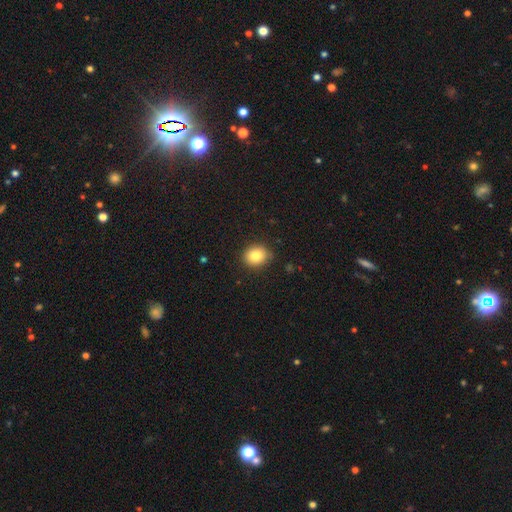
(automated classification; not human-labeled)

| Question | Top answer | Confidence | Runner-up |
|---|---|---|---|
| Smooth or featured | smooth | 83% | star or artifact (10%) |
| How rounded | round | 62% | in between (37%) |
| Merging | none | 86% | minor disturbance (11%) |